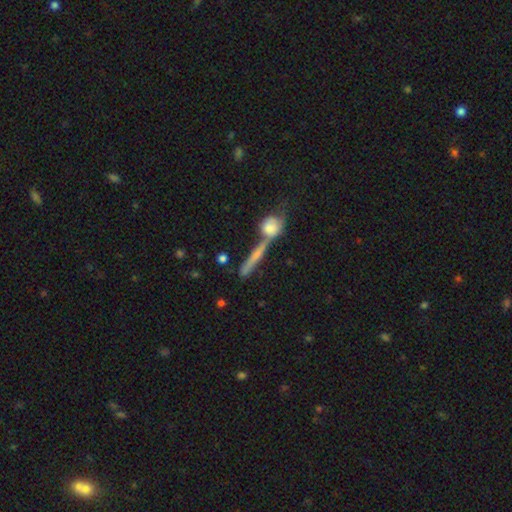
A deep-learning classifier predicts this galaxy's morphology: Q: Smooth or featured?
A: smooth (51%); runner-up: featured or disk (39%)
Q: How rounded?
A: cigar-shaped (77%); runner-up: in between (13%)
Q: Merging?
A: none (50%); runner-up: merger (32%)